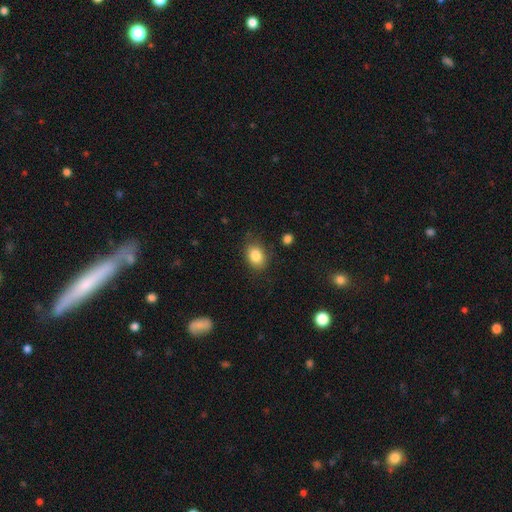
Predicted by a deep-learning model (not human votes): Q: Smooth or featured?
A: smooth (84%); runner-up: star or artifact (9%)
Q: How rounded?
A: in between (68%); runner-up: round (31%)
Q: Merging?
A: none (79%); runner-up: minor disturbance (15%)